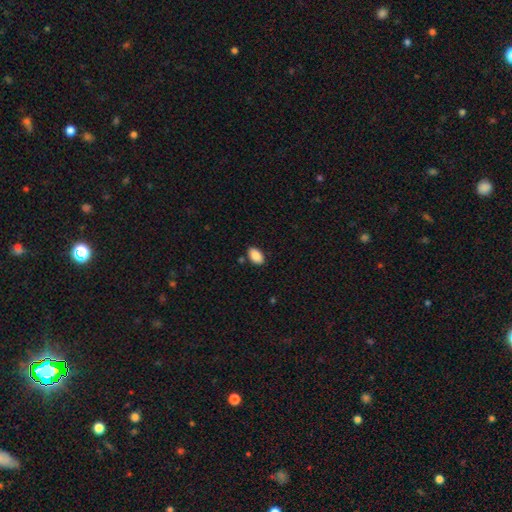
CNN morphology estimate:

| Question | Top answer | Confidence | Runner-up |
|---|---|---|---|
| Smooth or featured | smooth | 89% | star or artifact (7%) |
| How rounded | in between | 93% | round (6%) |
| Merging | none | 84% | minor disturbance (11%) |